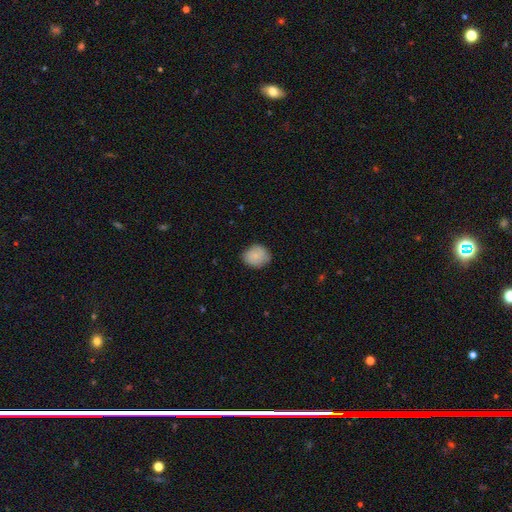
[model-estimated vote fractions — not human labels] Morphology: type=smooth (82%); roundness=round (61%); merging=none (78%).